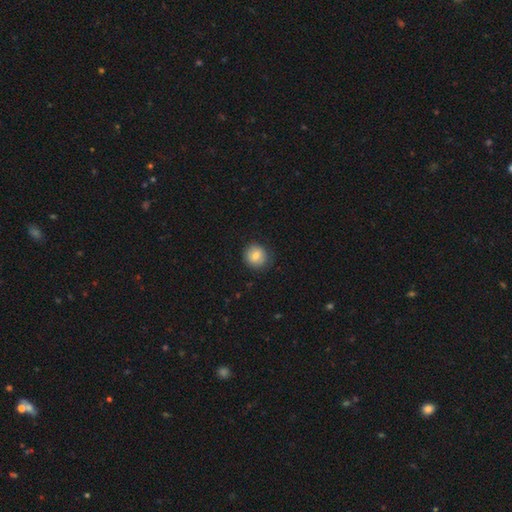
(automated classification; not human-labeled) smooth-or-featured: smooth: 78% | featured or disk: 13% | star or artifact: 9%
  how-rounded: round: 91% | in between: 8% | cigar-shaped: 1%
  merging: none: 86% | minor disturbance: 10% | major disturbance: 3% | merger: 1%